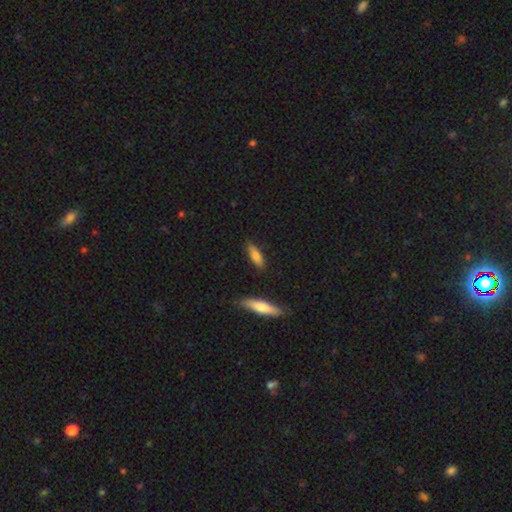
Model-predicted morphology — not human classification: smooth-or-featured: smooth: 77% | featured or disk: 16% | star or artifact: 7%
  how-rounded: cigar-shaped: 53% | in between: 45% | round: 2%
  merging: none: 83% | minor disturbance: 12% | merger: 3% | major disturbance: 2%